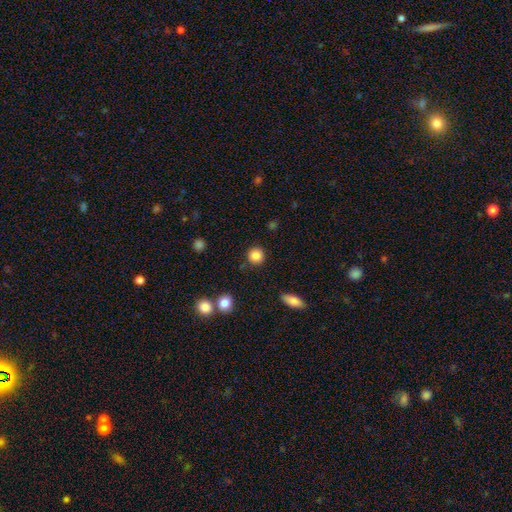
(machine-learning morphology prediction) A smooth galaxy with no disk features (86%) that is round (92%). Merging: none (88%).